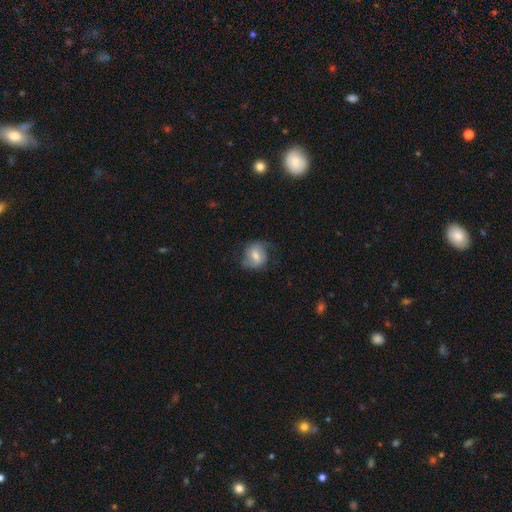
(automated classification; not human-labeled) Smooth or featured: smooth — 47% (featured or disk — 45%)
Merging: none — 63% (minor disturbance — 24%)